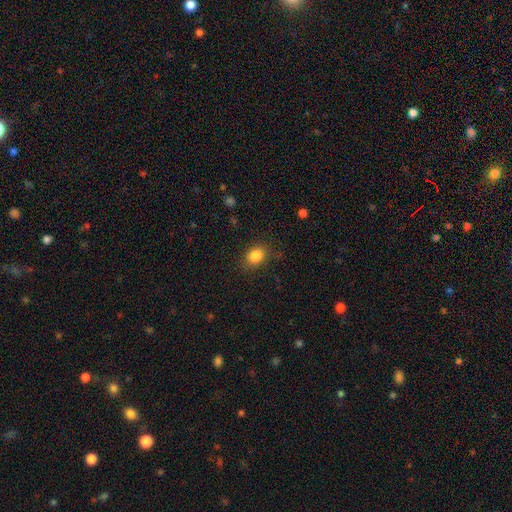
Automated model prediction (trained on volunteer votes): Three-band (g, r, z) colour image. It shows a smooth galaxy with no disk features (85%) that is in between round and cigar-shaped (59%). Merging: none (82%).